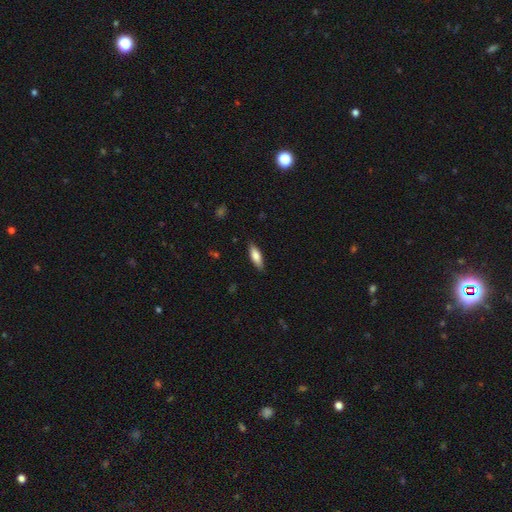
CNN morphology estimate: Smooth or featured?
  - smooth: 76% *
  - featured or disk: 18%
  - star or artifact: 6%
How rounded?
  - in between: 55% *
  - cigar-shaped: 43%
  - round: 2%
Merging?
  - none: 87% *
  - minor disturbance: 10%
  - major disturbance: 2%
  - merger: 1%